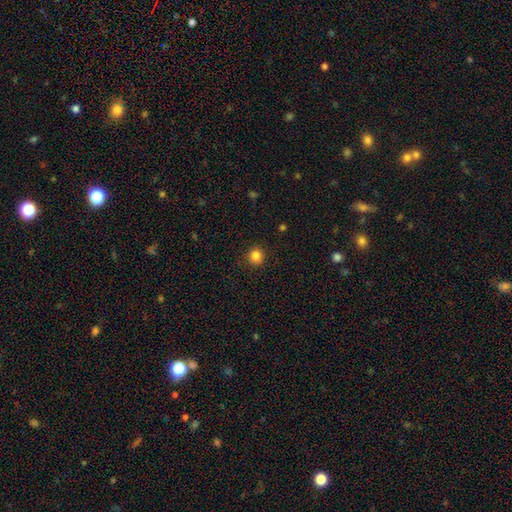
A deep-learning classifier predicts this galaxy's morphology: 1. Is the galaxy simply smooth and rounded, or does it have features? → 84% smooth, 12% star or artifact, 4% featured or disk.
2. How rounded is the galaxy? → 92% round, 7% in between, 1% cigar-shaped.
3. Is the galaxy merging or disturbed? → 91% none, 6% minor disturbance, 2% major disturbance, 1% merger.